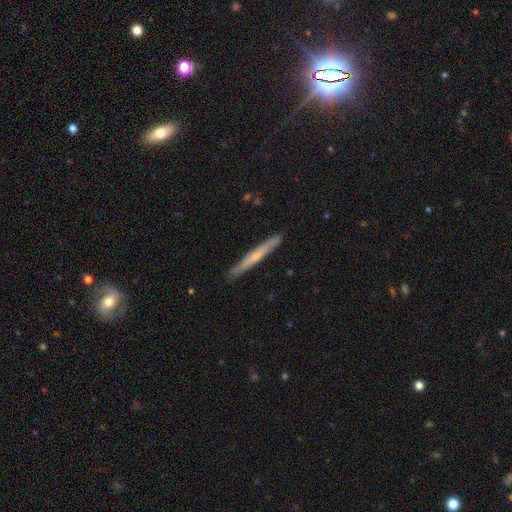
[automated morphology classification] Smooth or featured: featured or disk — 52% (smooth — 43%)
Edge-on disk: yes — 95% (no — 5%)
Merging: none — 89% (minor disturbance — 8%)